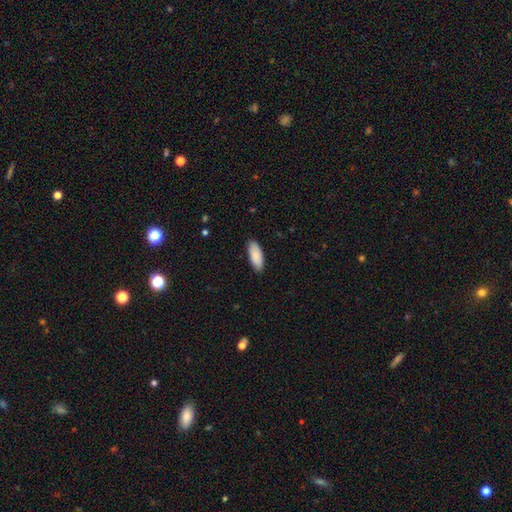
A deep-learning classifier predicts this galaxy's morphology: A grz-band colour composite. It shows a smooth galaxy with no disk features (89%) that is in between round and cigar-shaped (81%). Merging: none (88%).